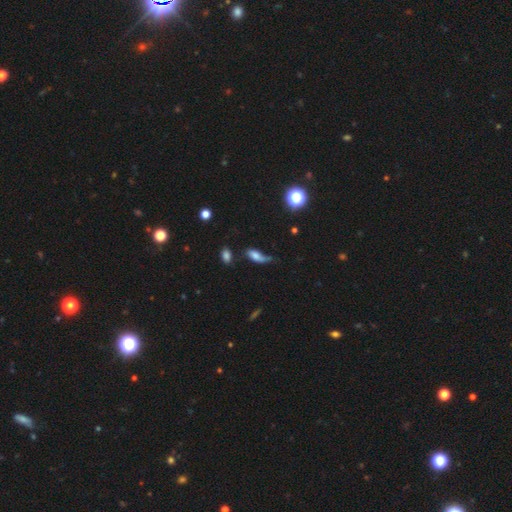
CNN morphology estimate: This appears to be a smooth galaxy with no disk features (62%) that is in between round and cigar-shaped (78%). Merging: minor disturbance (34%).